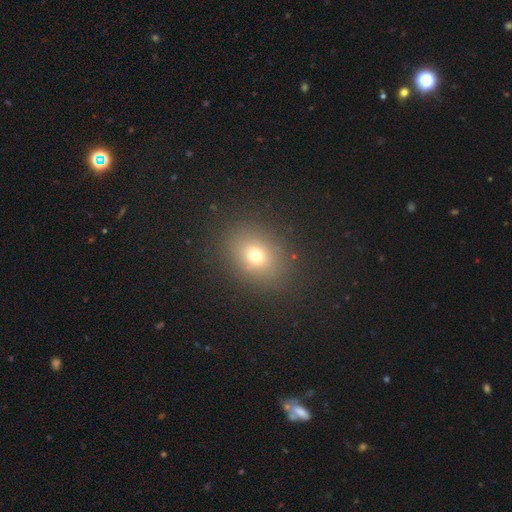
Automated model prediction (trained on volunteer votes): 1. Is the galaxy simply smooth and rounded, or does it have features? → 70% smooth, 18% star or artifact, 12% featured or disk.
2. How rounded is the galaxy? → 53% round, 46% in between, 1% cigar-shaped.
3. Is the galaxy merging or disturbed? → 86% none, 9% minor disturbance, 4% major disturbance, 1% merger.